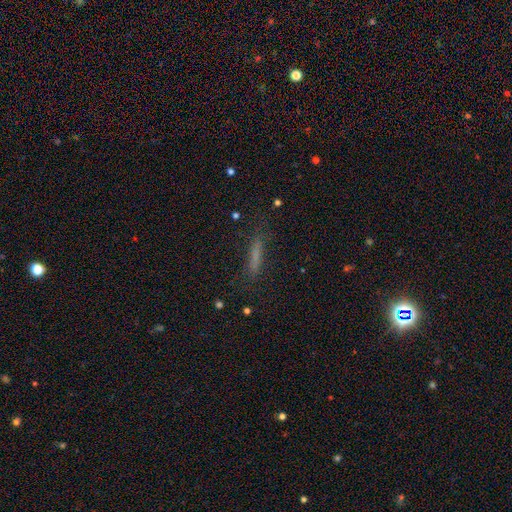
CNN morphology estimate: Smooth or featured?
  - smooth: 64% *
  - featured or disk: 22%
  - star or artifact: 14%
How rounded?
  - cigar-shaped: 91% *
  - in between: 7%
  - round: 2%
Merging?
  - none: 80% *
  - minor disturbance: 13%
  - major disturbance: 5%
  - merger: 2%